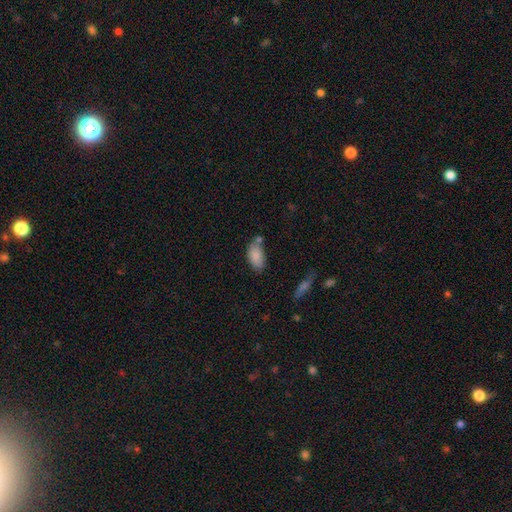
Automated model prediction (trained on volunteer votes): smooth_or_featured: smooth (p=0.86) [alt: star or artifact p=0.07]
how_rounded: in between (p=0.93) [alt: round p=0.04]
merging: none (p=0.58) [alt: minor disturbance p=0.20]